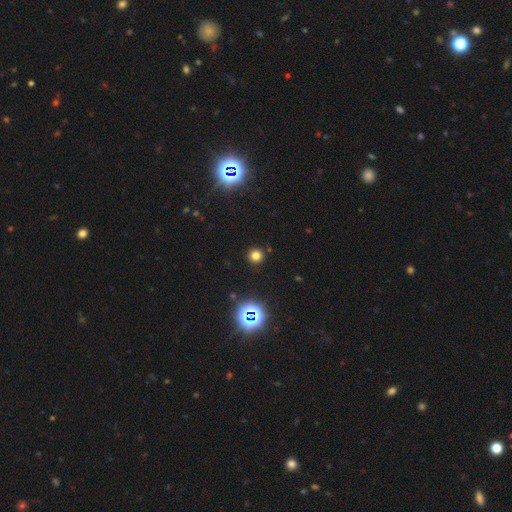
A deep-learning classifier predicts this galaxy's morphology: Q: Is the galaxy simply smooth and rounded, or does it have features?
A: smooth — 72%.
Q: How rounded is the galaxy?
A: round — 94%.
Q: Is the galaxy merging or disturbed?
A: none — 91%.